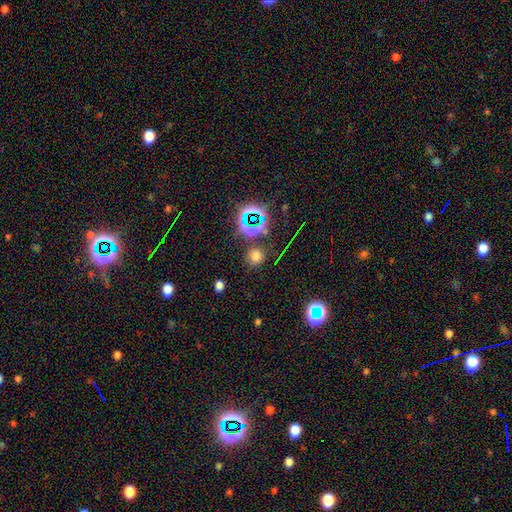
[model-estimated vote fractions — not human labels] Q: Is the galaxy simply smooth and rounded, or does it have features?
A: smooth — 61%.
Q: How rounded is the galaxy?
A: round — 86%.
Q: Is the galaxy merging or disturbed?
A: none — 82%.